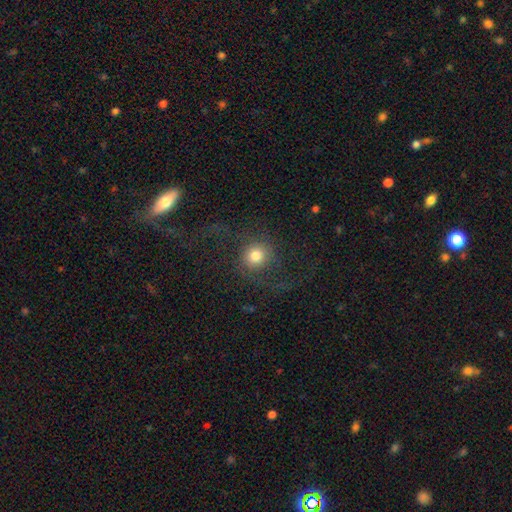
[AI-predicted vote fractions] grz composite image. It shows a smooth galaxy with no disk features (61%) that is round (89%). Merging: none (58%).